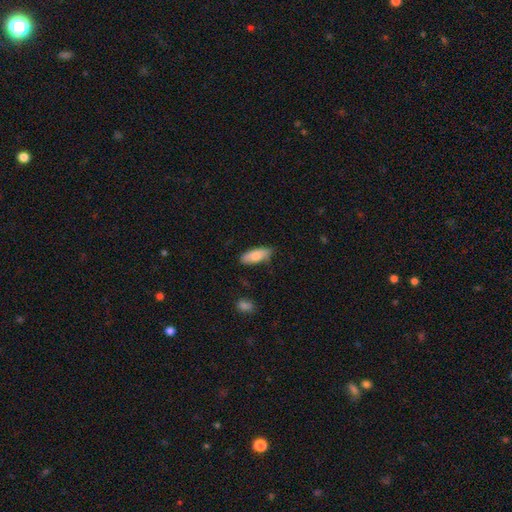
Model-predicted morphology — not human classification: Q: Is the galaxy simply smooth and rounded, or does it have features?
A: smooth — 78%.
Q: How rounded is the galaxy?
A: in between — 73%.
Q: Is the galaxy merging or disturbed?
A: none — 79%.